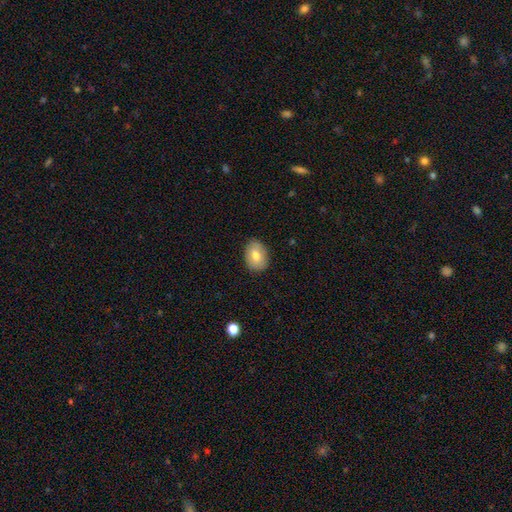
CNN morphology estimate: smooth_or_featured: smooth (p=0.76) [alt: featured or disk p=0.17]
how_rounded: in between (p=0.74) [alt: round p=0.25]
merging: none (p=0.84) [alt: minor disturbance p=0.13]